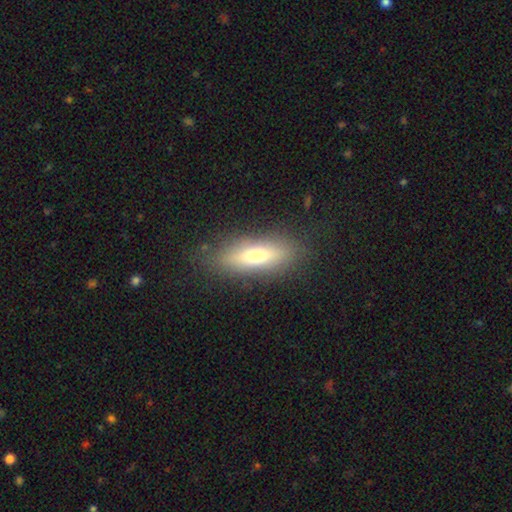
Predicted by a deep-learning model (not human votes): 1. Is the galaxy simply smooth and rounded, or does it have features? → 67% smooth, 25% featured or disk, 8% star or artifact.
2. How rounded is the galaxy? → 51% in between, 47% cigar-shaped, 2% round.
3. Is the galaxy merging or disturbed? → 84% none, 11% minor disturbance, 3% major disturbance, 1% merger.